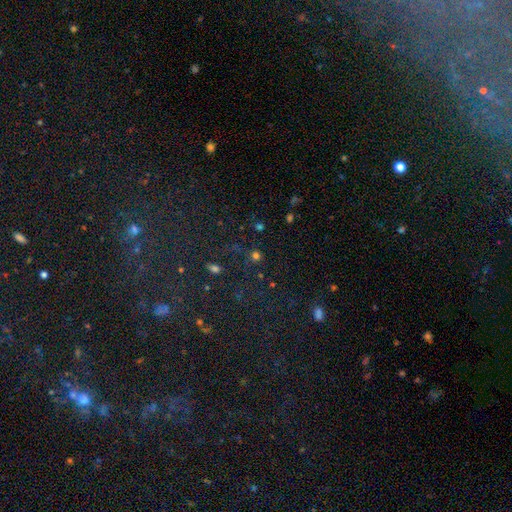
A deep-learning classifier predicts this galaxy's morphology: The model was most divided on "smooth or featured": smooth: 61%, star or artifact: 33%, featured or disk: 6%. More confident: how rounded — round (89%); merging — none (77%).